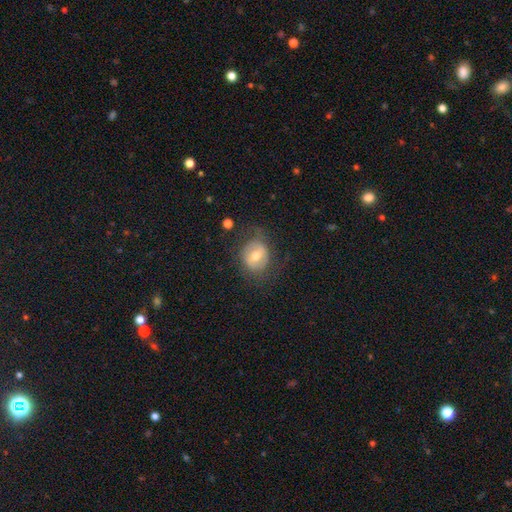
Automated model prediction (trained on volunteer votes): Smooth or featured?
  - smooth: 49% *
  - featured or disk: 42%
  - star or artifact: 9%
Merging?
  - none: 66% *
  - minor disturbance: 20%
  - major disturbance: 13%
  - merger: 1%